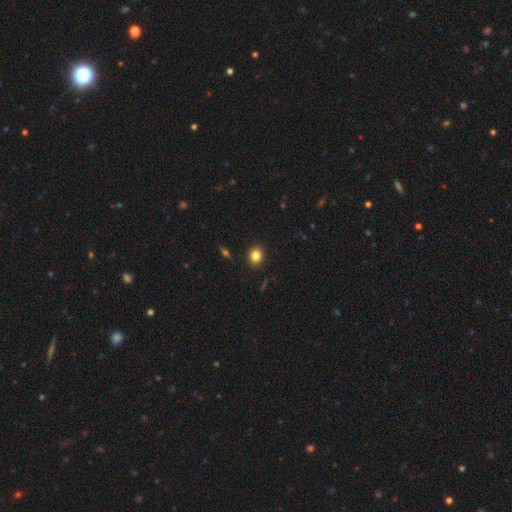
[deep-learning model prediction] Smooth or featured? Predicted: smooth (p=0.83). How rounded? Predicted: round (p=0.72). Merging? Predicted: none (p=0.91).